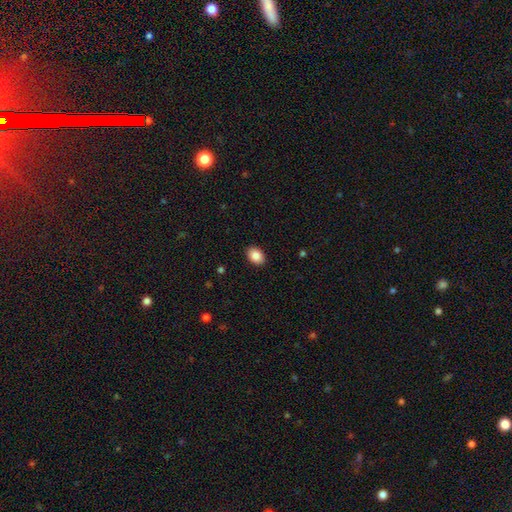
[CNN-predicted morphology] Smooth or featured? smooth (88%)
How rounded? in between (81%)
Merging? none (90%)